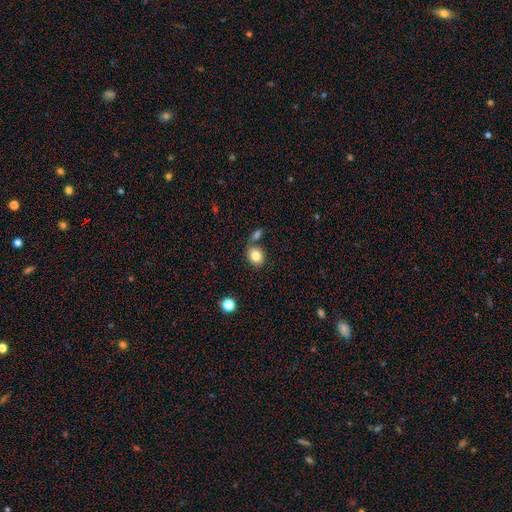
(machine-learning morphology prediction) Smooth or featured: smooth — 82% (star or artifact — 9%)
How rounded: round — 53% (in between — 46%)
Merging: none — 62% (merger — 21%)